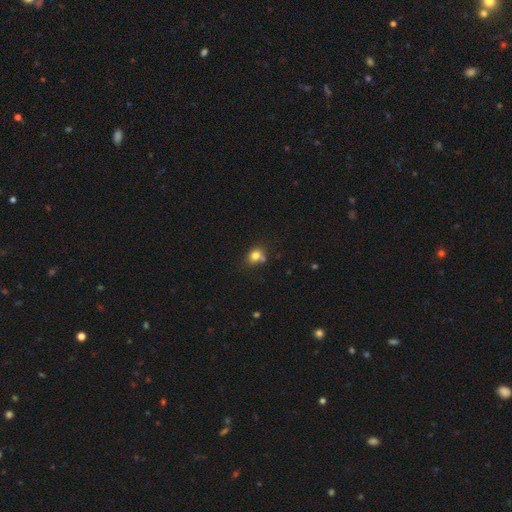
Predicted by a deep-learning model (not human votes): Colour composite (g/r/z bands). It shows a smooth galaxy with no disk features (79%) that is round (60%). Merging: none (60%).